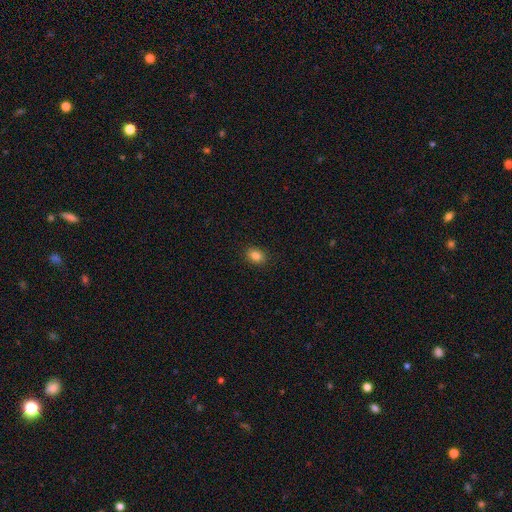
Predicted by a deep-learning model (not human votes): Smooth or featured: smooth — 85% (star or artifact — 10%)
How rounded: in between — 66% (round — 33%)
Merging: none — 90% (minor disturbance — 7%)